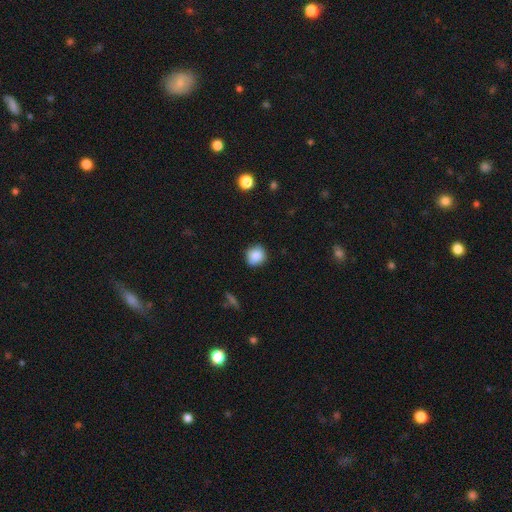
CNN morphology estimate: Smooth or featured? Predicted: smooth (p=0.87). How rounded? Predicted: round (p=0.90). Merging? Predicted: none (p=0.87).